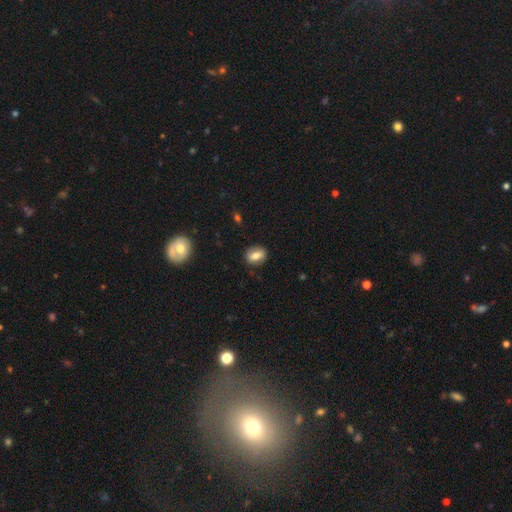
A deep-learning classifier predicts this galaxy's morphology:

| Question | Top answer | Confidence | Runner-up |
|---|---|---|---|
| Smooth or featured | smooth | 70% | featured or disk (21%) |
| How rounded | in between | 62% | round (36%) |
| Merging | none | 84% | minor disturbance (12%) |